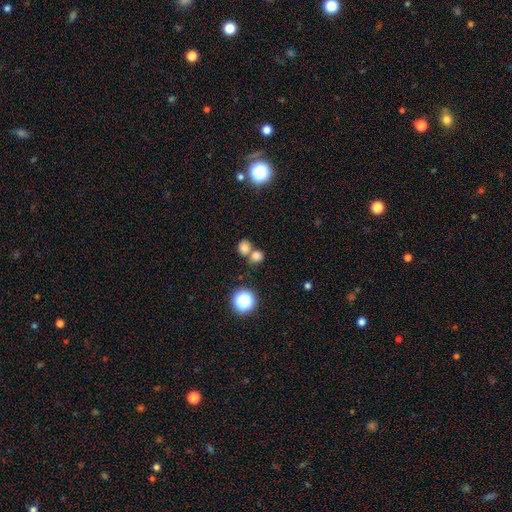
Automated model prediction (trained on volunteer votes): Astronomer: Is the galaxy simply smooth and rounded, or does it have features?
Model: smooth — 76%.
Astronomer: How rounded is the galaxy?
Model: round — 72%.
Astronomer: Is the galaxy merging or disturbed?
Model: merger — 45%, tied with none at 45%.